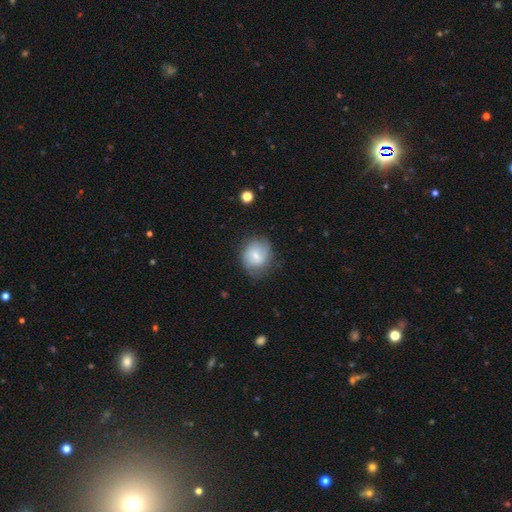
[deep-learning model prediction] smooth_or_featured: smooth (p=0.62) [alt: featured or disk p=0.30]
how_rounded: round (p=0.70) [alt: in between p=0.29]
merging: none (p=0.67) [alt: minor disturbance p=0.24]